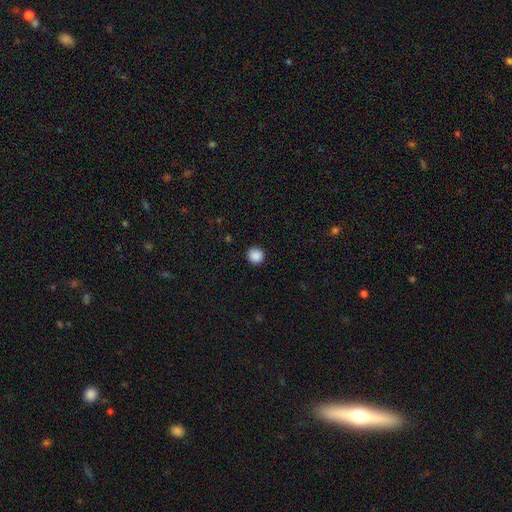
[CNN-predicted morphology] smooth-or-featured: smooth: 88% | star or artifact: 9% | featured or disk: 3%
  how-rounded: round: 94% | in between: 5% | cigar-shaped: 1%
  merging: none: 92% | minor disturbance: 6% | major disturbance: 2% | merger: 1%